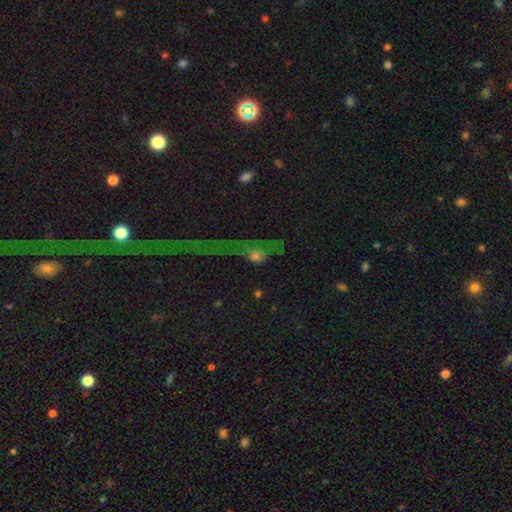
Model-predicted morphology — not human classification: Smooth or featured? smooth (44%)
Merging? major disturbance (37%)